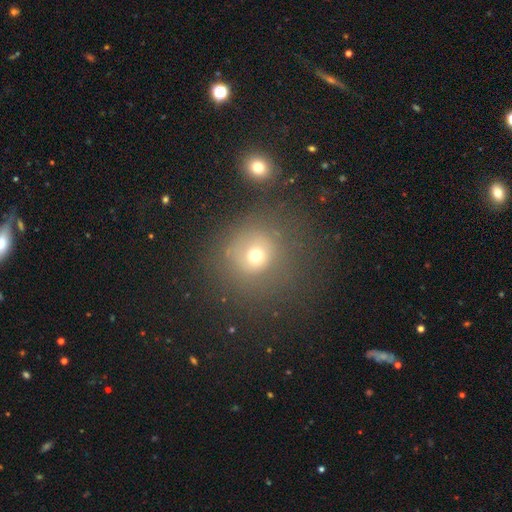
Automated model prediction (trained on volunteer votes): Smooth or featured? smooth (66%)
How rounded? round (88%)
Merging? none (70%)